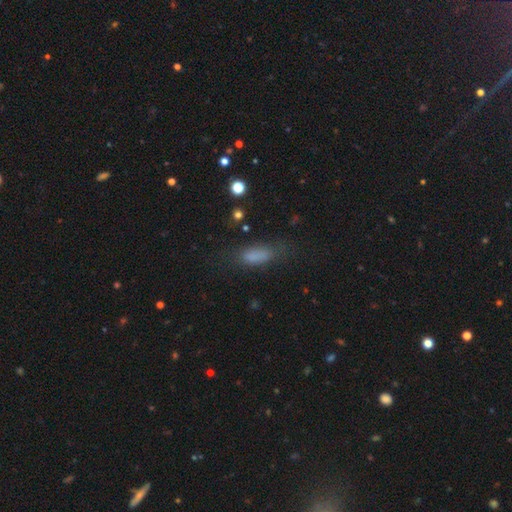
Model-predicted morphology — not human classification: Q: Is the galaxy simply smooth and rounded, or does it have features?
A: smooth — 77%.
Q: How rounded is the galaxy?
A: in between — 68%.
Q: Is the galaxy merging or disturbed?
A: none — 65%.